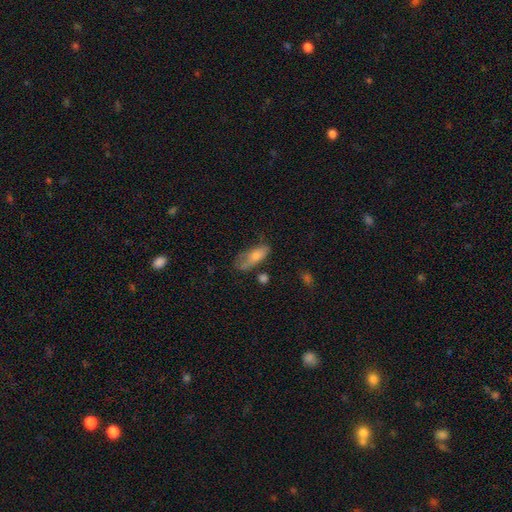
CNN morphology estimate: Smooth or featured? smooth (69%)
How rounded? in between (73%)
Merging? none (42%)